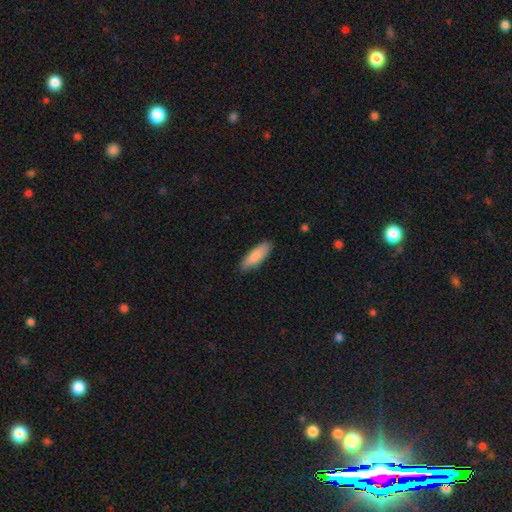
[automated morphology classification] This is clearly a smooth galaxy (86%). How rounded: possibly in between (56%). Merging: clearly none (86%).